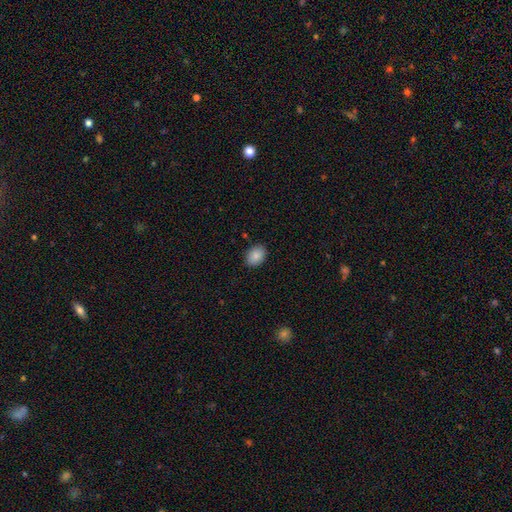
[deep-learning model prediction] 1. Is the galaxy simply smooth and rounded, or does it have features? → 87% smooth, 8% star or artifact, 5% featured or disk.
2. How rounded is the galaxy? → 72% in between, 27% round, 1% cigar-shaped.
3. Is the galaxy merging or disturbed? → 87% none, 9% minor disturbance, 2% major disturbance, 1% merger.